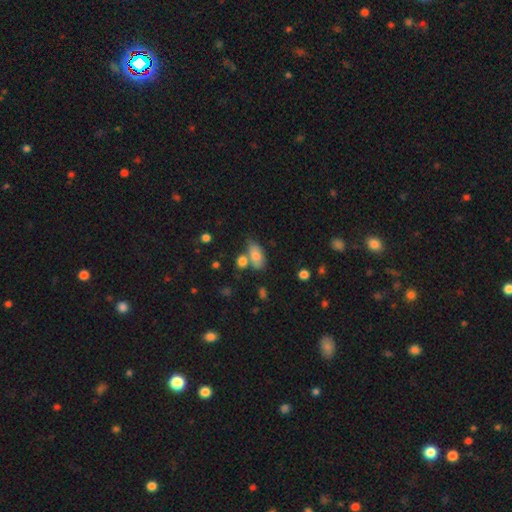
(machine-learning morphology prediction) This is likely a smooth galaxy (76%). How rounded: clearly in between (89%). Merging: possibly none (51%).